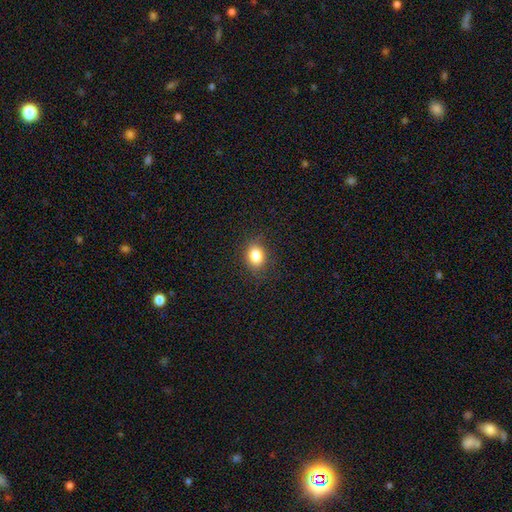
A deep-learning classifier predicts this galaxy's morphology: type=smooth (83%); roundness=in between (56%); merging=none (86%).